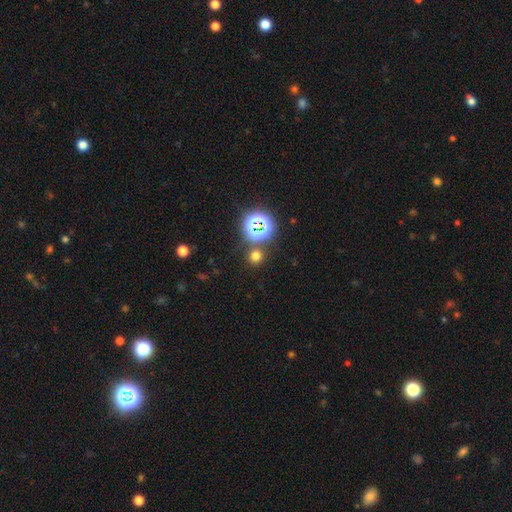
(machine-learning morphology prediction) Smooth or featured? Predicted: smooth (p=0.64). How rounded? Predicted: round (p=0.88). Merging? Predicted: none (p=0.80).